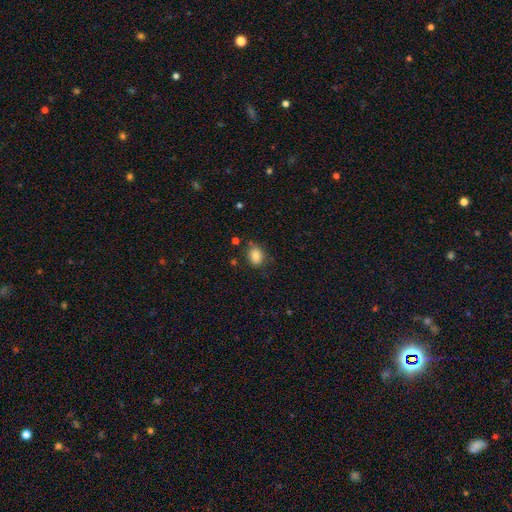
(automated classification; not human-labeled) A smooth galaxy with no disk features (82%) that is in between round and cigar-shaped (55%). Merging: none (78%).